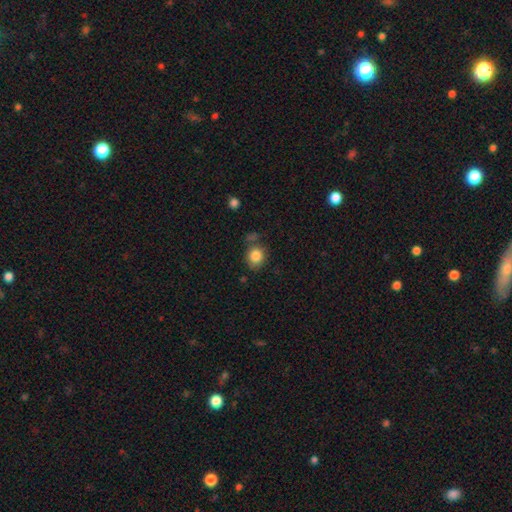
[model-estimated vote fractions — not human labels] Smooth or featured: smooth — 84% (star or artifact — 9%)
How rounded: round — 73% (in between — 26%)
Merging: none — 68% (minor disturbance — 18%)